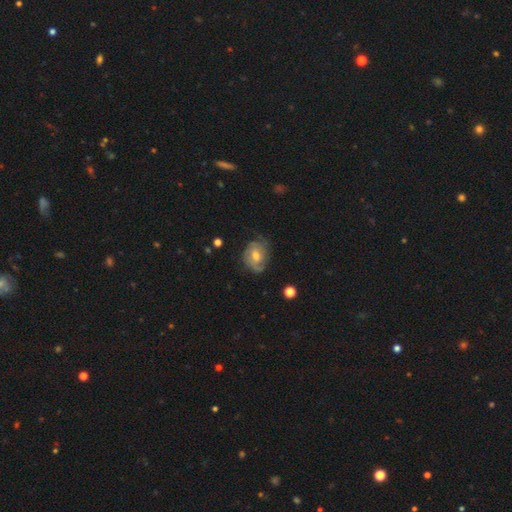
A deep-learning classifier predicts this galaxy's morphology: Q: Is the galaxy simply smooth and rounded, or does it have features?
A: featured or disk — 67%.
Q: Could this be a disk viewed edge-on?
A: no — 96%.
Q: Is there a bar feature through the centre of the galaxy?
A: weak — 46%.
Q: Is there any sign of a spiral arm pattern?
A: yes — 85%.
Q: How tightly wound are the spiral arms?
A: tight — 48%.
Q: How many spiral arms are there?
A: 2 — 44%.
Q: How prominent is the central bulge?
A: moderate — 69%.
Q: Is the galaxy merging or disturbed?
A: none — 63%.